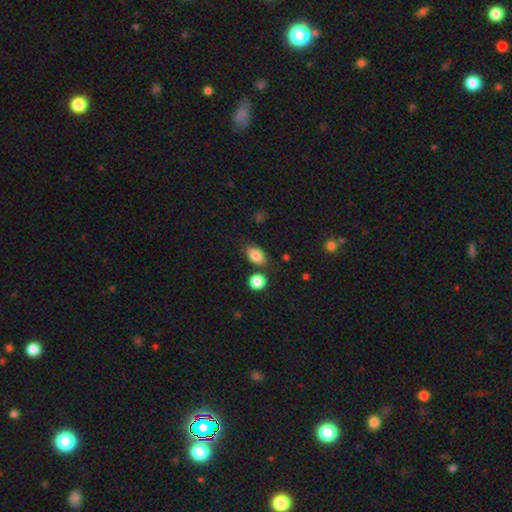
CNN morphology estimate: smooth_or_featured: smooth (p=0.84) [alt: star or artifact p=0.09]
how_rounded: in between (p=0.84) [alt: round p=0.15]
merging: none (p=0.75) [alt: minor disturbance p=0.13]